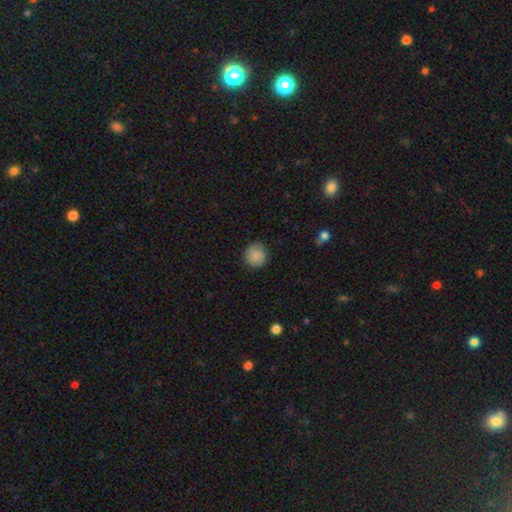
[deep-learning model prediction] Smooth or featured? Predicted: smooth (p=0.85). How rounded? Predicted: round (p=0.91). Merging? Predicted: none (p=0.83).